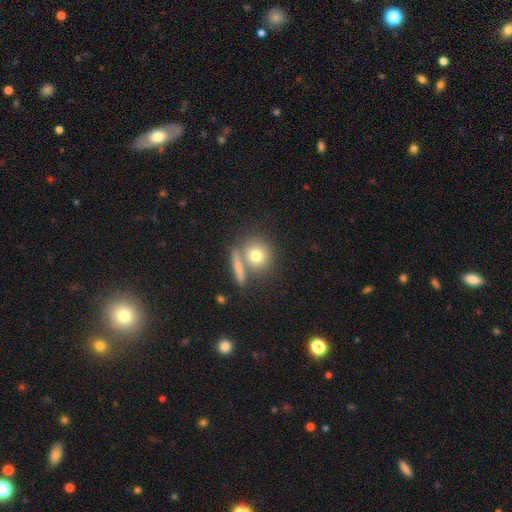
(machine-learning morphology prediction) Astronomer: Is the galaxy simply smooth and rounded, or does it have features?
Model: smooth — 76%.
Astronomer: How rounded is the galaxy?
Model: round — 83%.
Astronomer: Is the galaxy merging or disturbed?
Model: none — 57%.